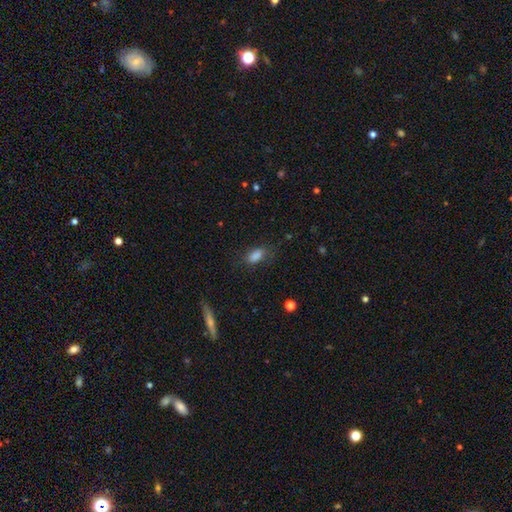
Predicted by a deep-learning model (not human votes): This appears to be a smooth galaxy with no disk features (79%) that is in between round and cigar-shaped (83%). Merging: none (71%).